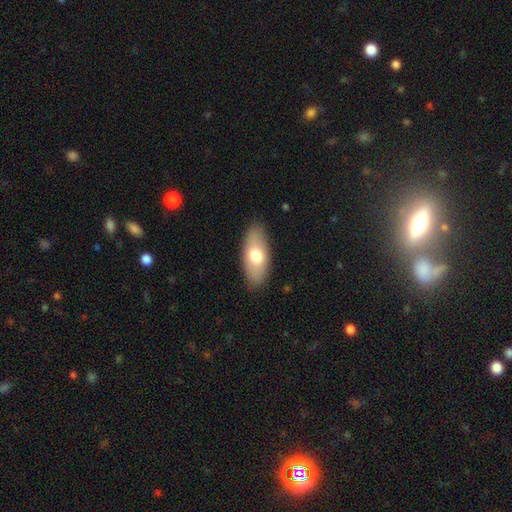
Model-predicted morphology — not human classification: The model was most divided on "smooth or featured": smooth: 70%, featured or disk: 24%, star or artifact: 6%. More confident: how rounded — in between (87%); merging — none (86%).